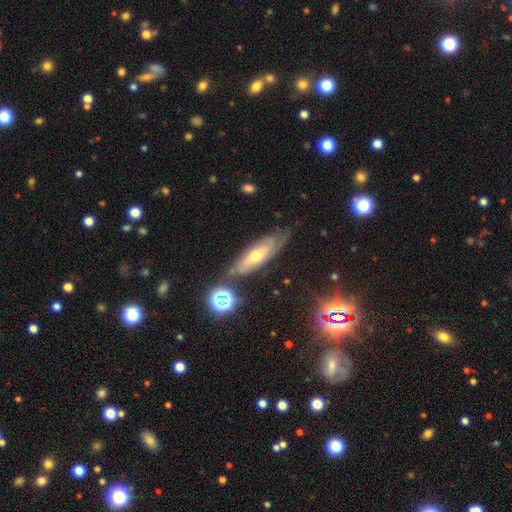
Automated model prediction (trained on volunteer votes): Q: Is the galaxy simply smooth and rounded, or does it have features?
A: featured or disk — 58%.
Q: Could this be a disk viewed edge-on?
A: no — 67%.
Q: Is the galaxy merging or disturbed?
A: none — 66%.